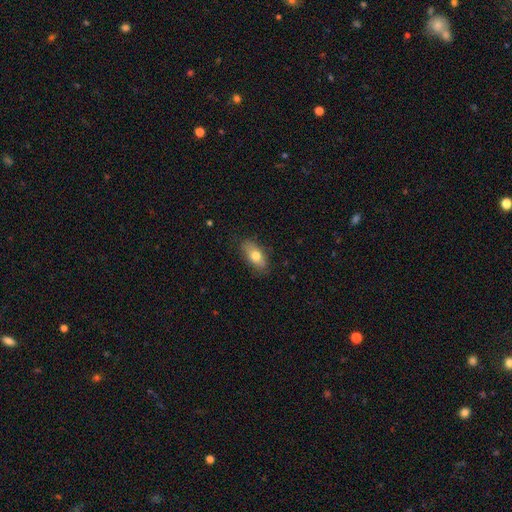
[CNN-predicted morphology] This is likely a smooth galaxy (73%). How rounded: clearly in between (86%). Merging: clearly none (80%).